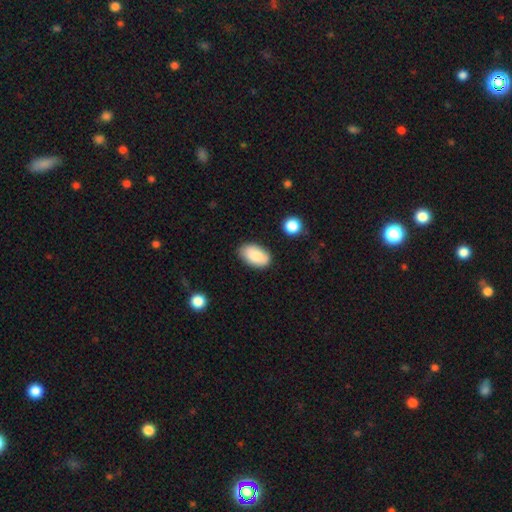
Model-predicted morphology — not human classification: smooth 86%, featured or disk 7%, star or artifact 7%. Down the decision tree: how rounded — in between (94%); merging — none (83%).